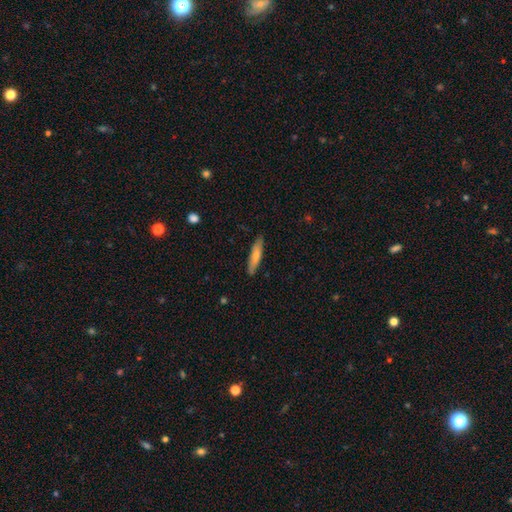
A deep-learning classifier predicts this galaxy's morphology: smooth-or-featured: smooth: 69% | featured or disk: 25% | star or artifact: 6%
  how-rounded: cigar-shaped: 81% | in between: 18% | round: 2%
  merging: none: 87% | minor disturbance: 10% | major disturbance: 2% | merger: 1%